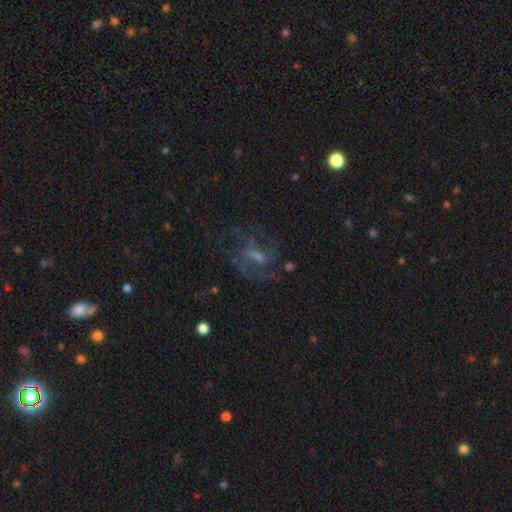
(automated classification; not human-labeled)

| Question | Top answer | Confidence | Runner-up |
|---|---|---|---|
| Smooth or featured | featured or disk | 69% | smooth (18%) |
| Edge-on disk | no | 95% | yes (5%) |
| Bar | weak | 48% | no (26%) |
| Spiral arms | yes | 79% | no (21%) |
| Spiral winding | medium | 47% | loose (32%) |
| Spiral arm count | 2 | 37% | can't tell (33%) |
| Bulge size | small | 33% | tied: moderate (33%) |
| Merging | none | 53% | major disturbance (27%) |